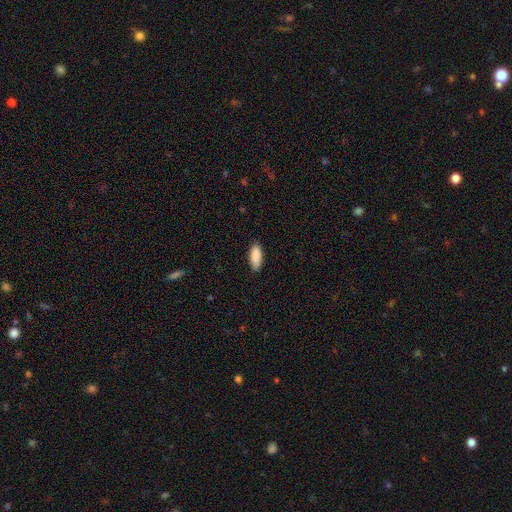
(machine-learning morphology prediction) This is clearly a smooth galaxy (90%). How rounded: clearly in between (80%). Merging: clearly none (86%).